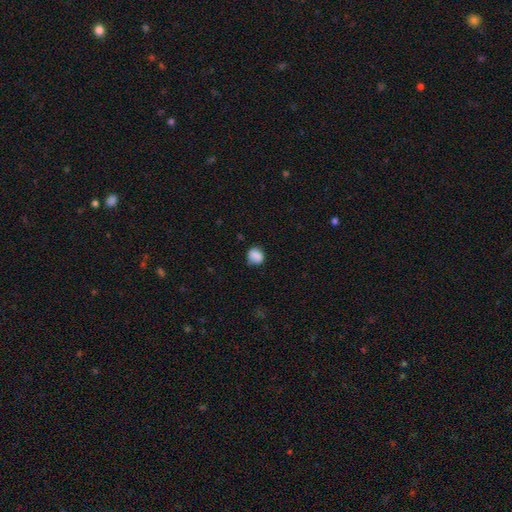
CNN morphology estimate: This appears to be a smooth galaxy with no disk features (85%) that is round (69%). Merging: none (71%).